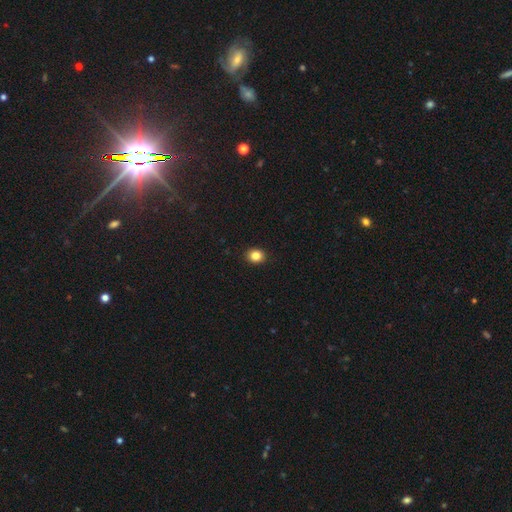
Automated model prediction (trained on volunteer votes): Q: Smooth or featured?
A: smooth (84%); runner-up: star or artifact (11%)
Q: How rounded?
A: round (66%); runner-up: in between (33%)
Q: Merging?
A: none (92%); runner-up: minor disturbance (5%)